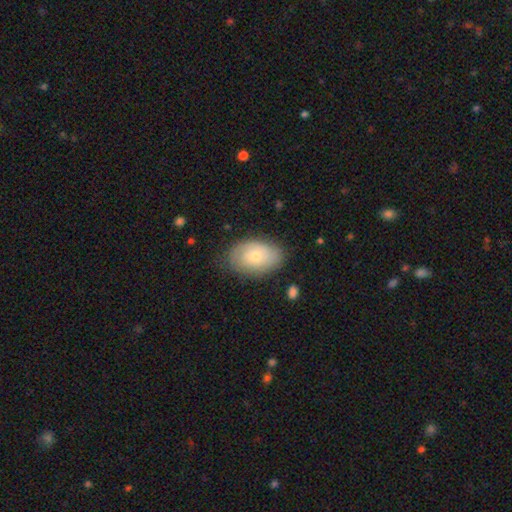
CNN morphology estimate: A smooth galaxy with no disk features (54%) that is in between round and cigar-shaped (85%). Merging: none (76%).